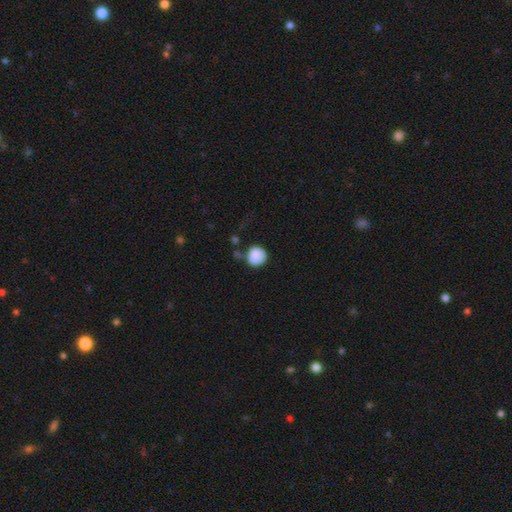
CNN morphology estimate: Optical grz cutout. It shows a smooth galaxy with no disk features (85%) that is round (85%). Merging: none (56%).